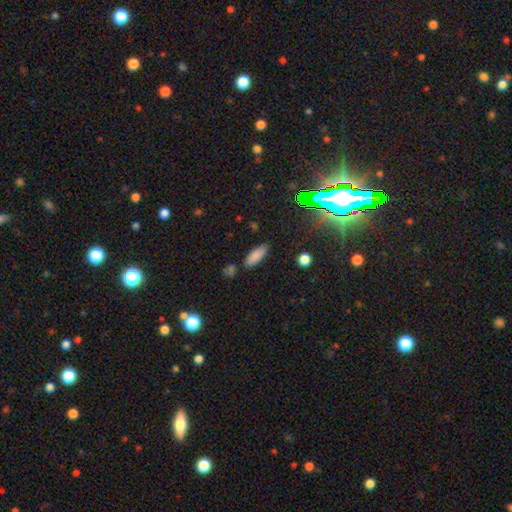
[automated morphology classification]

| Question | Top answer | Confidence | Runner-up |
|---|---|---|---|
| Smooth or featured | smooth | 83% | star or artifact (10%) |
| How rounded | in between | 64% | cigar-shaped (34%) |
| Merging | none | 83% | minor disturbance (11%) |